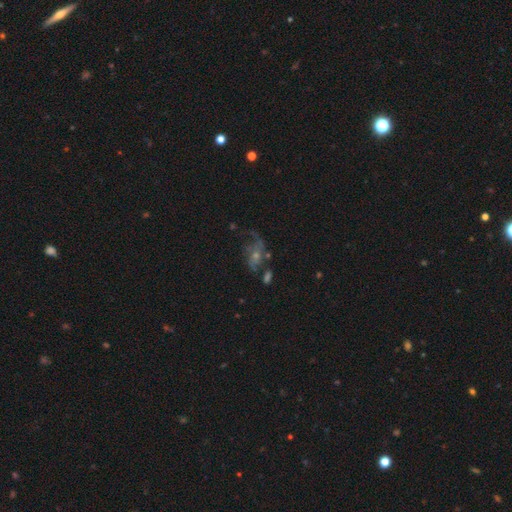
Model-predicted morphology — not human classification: Smooth or featured? featured or disk (55%)
Edge-on disk? no (93%)
Bar? no (74%)
Spiral arms? yes (66%)
Bulge size? small (56%)
Merging? none (41%)